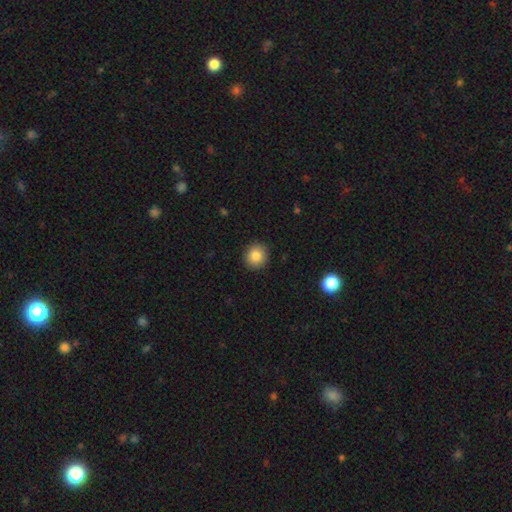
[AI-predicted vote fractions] This is clearly a smooth galaxy (84%). How rounded: clearly round (89%). Merging: clearly none (91%).